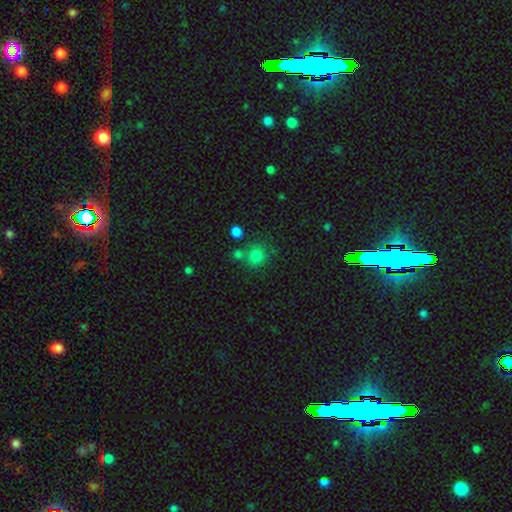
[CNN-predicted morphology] Smooth or featured?
  - smooth: 80% *
  - star or artifact: 14%
  - featured or disk: 6%
How rounded?
  - round: 84% *
  - in between: 15%
  - cigar-shaped: 1%
Merging?
  - none: 68% *
  - merger: 17%
  - minor disturbance: 11%
  - major disturbance: 4%